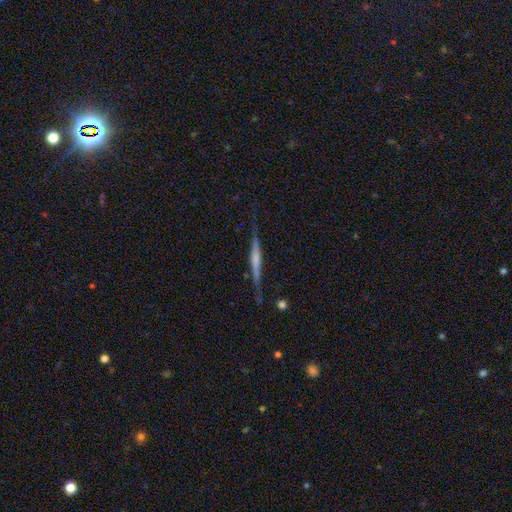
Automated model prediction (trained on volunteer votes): featured or disk 71%, smooth 22%, star or artifact 7%. Down the decision tree: edge-on disk — yes (97%); edge-on bulge — rounded (42%); merging — none (81%).